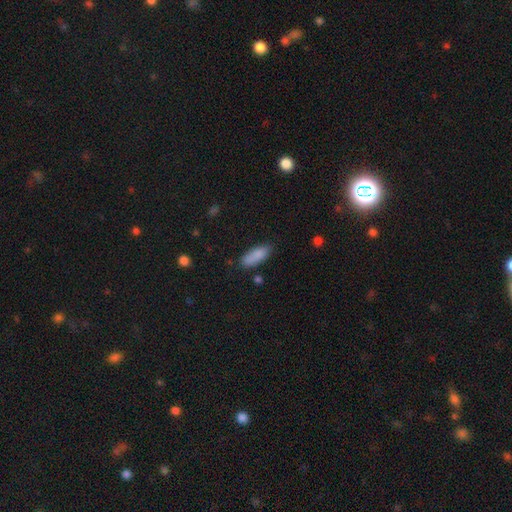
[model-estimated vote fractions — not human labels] A smooth galaxy with no disk features (86%) that is in between round and cigar-shaped (74%). Merging: none (74%).